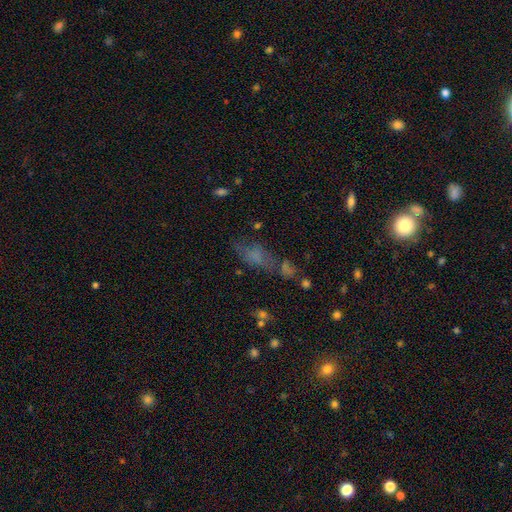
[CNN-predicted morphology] Smooth or featured? Predicted: smooth (p=0.50). Merging? Predicted: none (p=0.43).